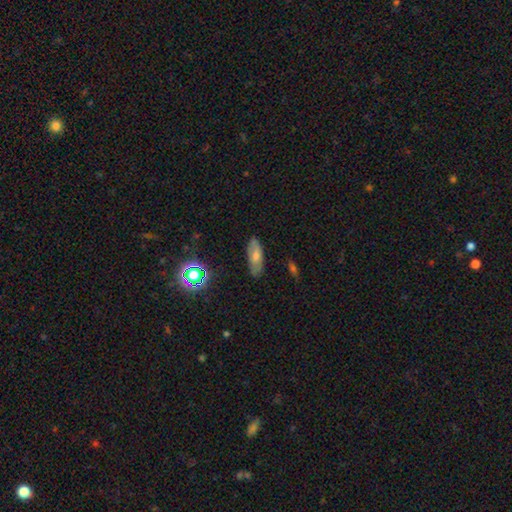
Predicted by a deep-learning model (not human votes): Overall: smooth (57%; featured or disk 28%). How rounded: in between (72%). Merging: none (80%).